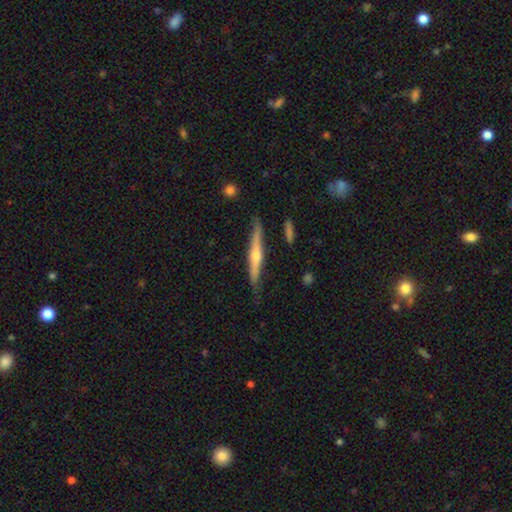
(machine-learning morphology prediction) smooth-or-featured: featured or disk: 66% | smooth: 29% | star or artifact: 6%
  disk-edge-on: yes: 97% | no: 3%
    edge-on-bulge: rounded: 85% | none: 11% | boxy: 4%
  merging: none: 81% | minor disturbance: 14% | major disturbance: 2% | merger: 2%